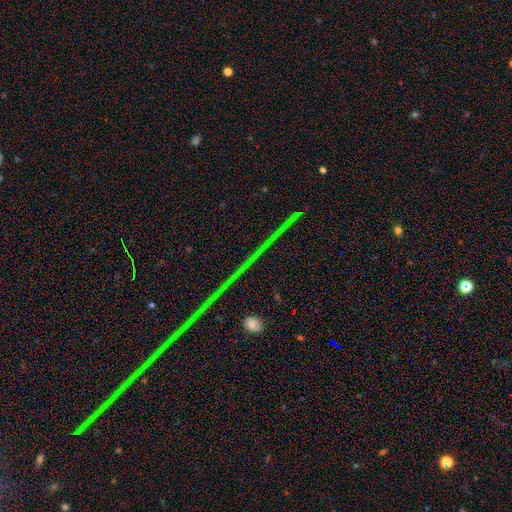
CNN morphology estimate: The model was most divided on "smooth or featured": star or artifact: 85%, featured or disk: 9%, smooth: 6%.